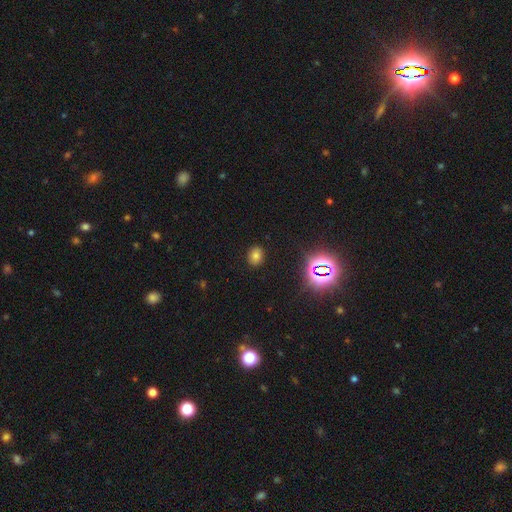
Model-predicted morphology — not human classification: A smooth galaxy with no disk features (71%) that is in between round and cigar-shaped (54%).

Vote fractions:
- Smooth or featured? smooth: 71% / star or artifact: 22% / featured or disk: 8%
- How rounded? in between: 54% / round: 45% / cigar-shaped: 1%
- Merging? none: 88% / minor disturbance: 8% / major disturbance: 3% / merger: 1%